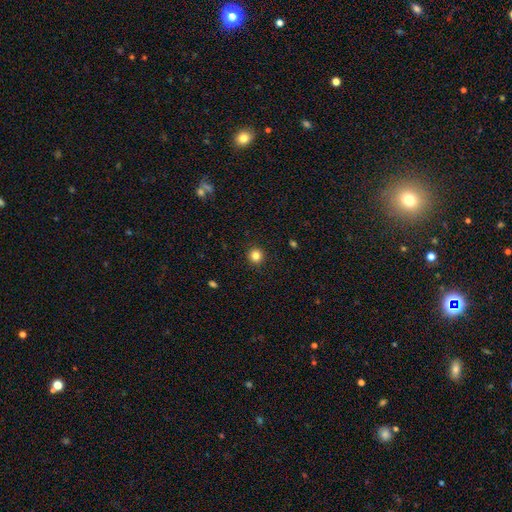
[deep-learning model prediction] Smooth or featured?
  - smooth: 83% *
  - star or artifact: 12%
  - featured or disk: 5%
How rounded?
  - round: 94% *
  - in between: 5%
  - cigar-shaped: 1%
Merging?
  - none: 93% *
  - minor disturbance: 5%
  - major disturbance: 2%
  - merger: 1%